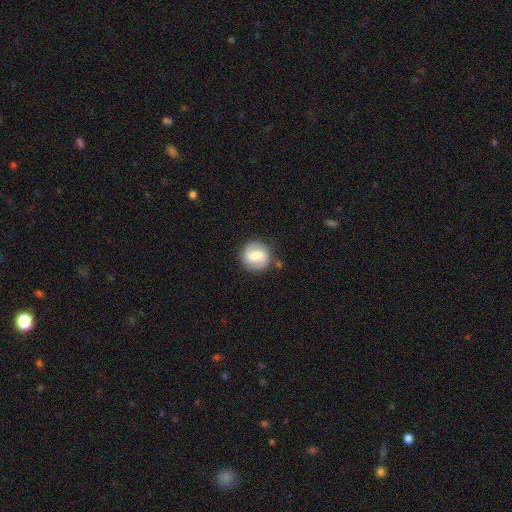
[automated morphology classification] type=smooth (47%); merging=none (82%).